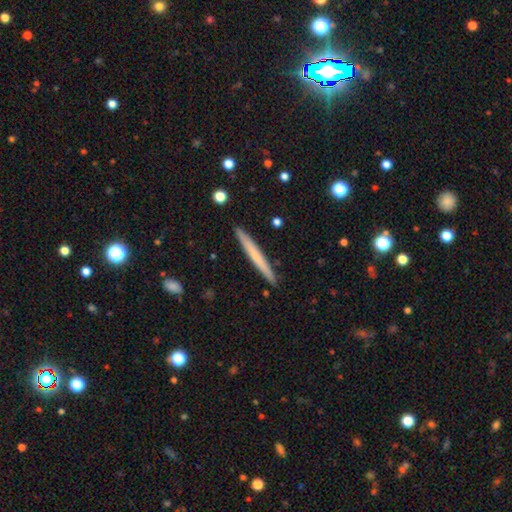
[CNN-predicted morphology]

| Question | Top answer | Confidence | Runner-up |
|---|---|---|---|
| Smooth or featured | smooth | 58% | featured or disk (36%) |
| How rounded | cigar-shaped | 97% | in between (2%) |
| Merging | none | 92% | minor disturbance (6%) |